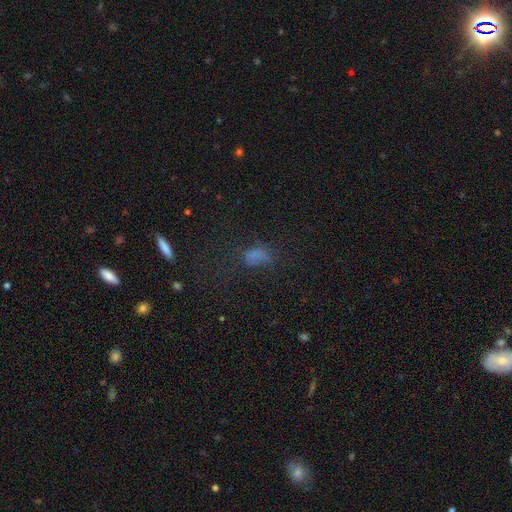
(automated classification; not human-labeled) Smooth or featured?
  - smooth: 62% *
  - star or artifact: 24%
  - featured or disk: 14%
How rounded?
  - in between: 81% *
  - round: 13%
  - cigar-shaped: 6%
Merging?
  - none: 47% *
  - major disturbance: 25%
  - minor disturbance: 24%
  - merger: 4%